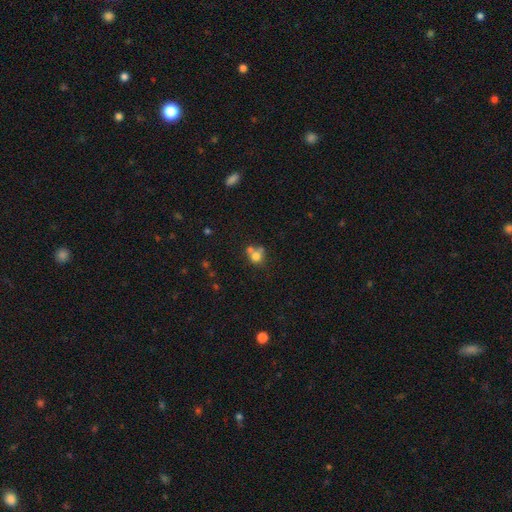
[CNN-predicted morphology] Smooth or featured: smooth — 71% (featured or disk — 16%)
How rounded: round — 76% (in between — 23%)
Merging: merger — 43% (none — 39%)